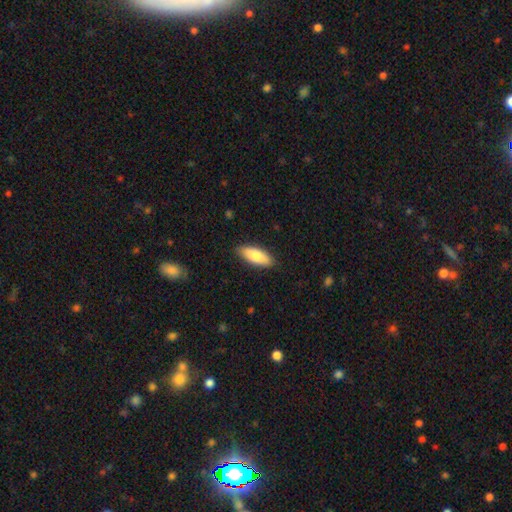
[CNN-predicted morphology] This is likely a smooth galaxy (79%). How rounded: likely in between (75%). Merging: clearly none (87%).